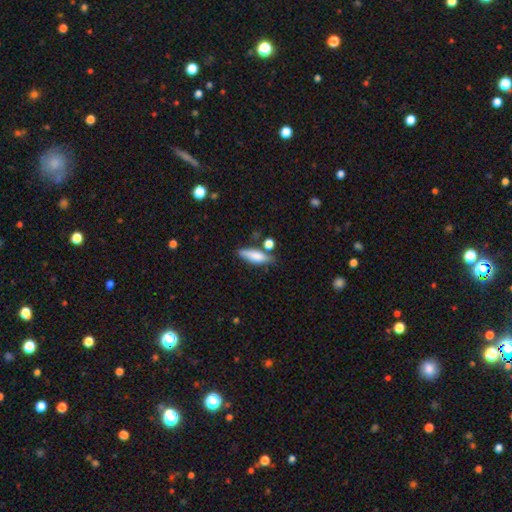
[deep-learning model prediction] Smooth or featured? Predicted: smooth (p=0.76). How rounded? Predicted: in between (p=0.50). Merging? Predicted: none (p=0.62).